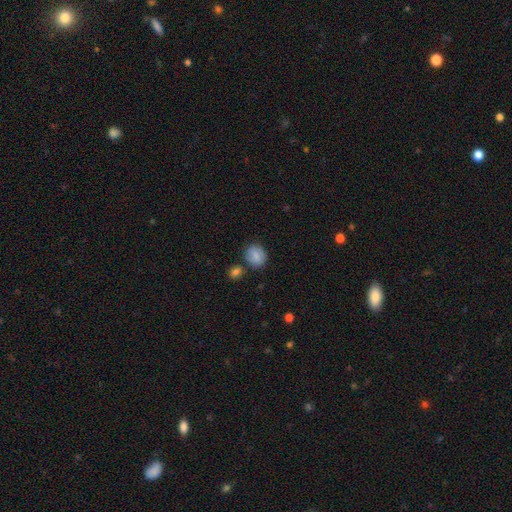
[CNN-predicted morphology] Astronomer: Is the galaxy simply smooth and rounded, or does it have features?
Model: smooth — 83%.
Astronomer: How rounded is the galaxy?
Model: round — 65%.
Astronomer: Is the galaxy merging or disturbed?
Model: none — 75%.